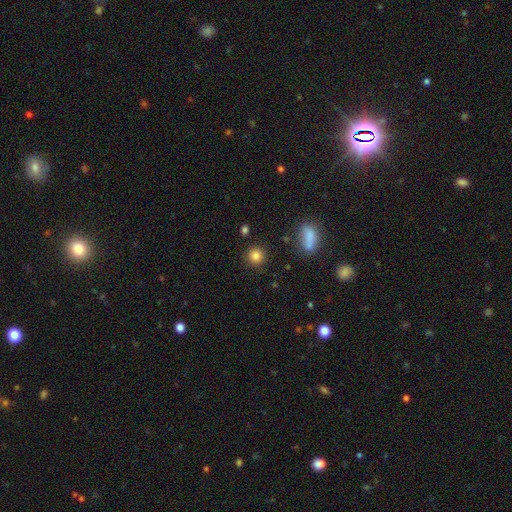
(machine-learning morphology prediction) type=smooth (84%); roundness=round (91%); merging=none (88%).